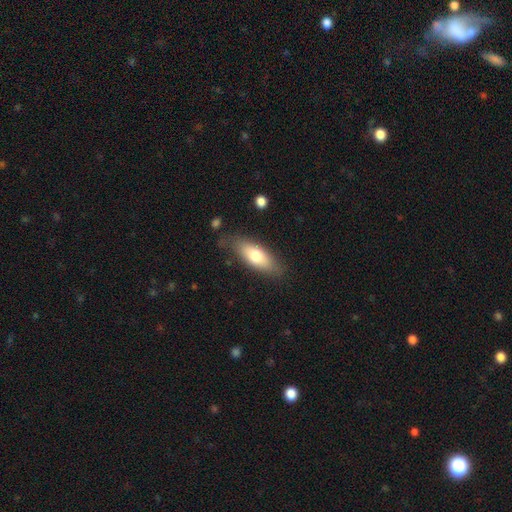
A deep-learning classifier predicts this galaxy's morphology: Smooth or featured? Predicted: smooth (p=0.71). How rounded? Predicted: in between (p=0.72). Merging? Predicted: none (p=0.76).